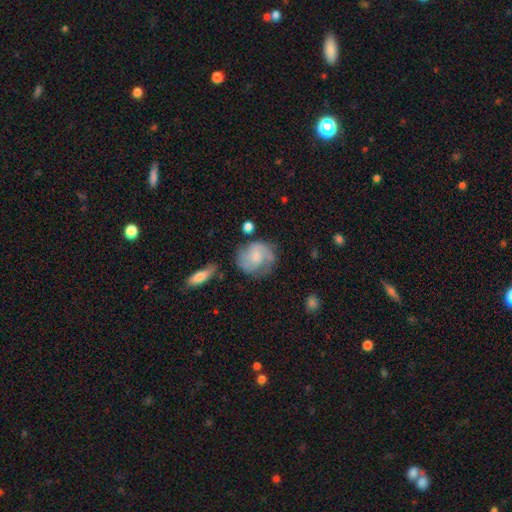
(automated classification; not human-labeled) Smooth or featured?
  - featured or disk: 57% *
  - smooth: 36%
  - star or artifact: 7%
Edge-on disk?
  - no: 97% *
  - yes: 3%
Bar?
  - no: 61% *
  - weak: 34%
  - strong: 5%
Spiral arms?
  - yes: 85% *
  - no: 15%
Bulge size?
  - small: 54% *
  - moderate: 27%
  - none: 15%
  - large: 3%
  - dominant: 1%
Merging?
  - none: 60% *
  - minor disturbance: 24%
  - major disturbance: 12%
  - merger: 4%